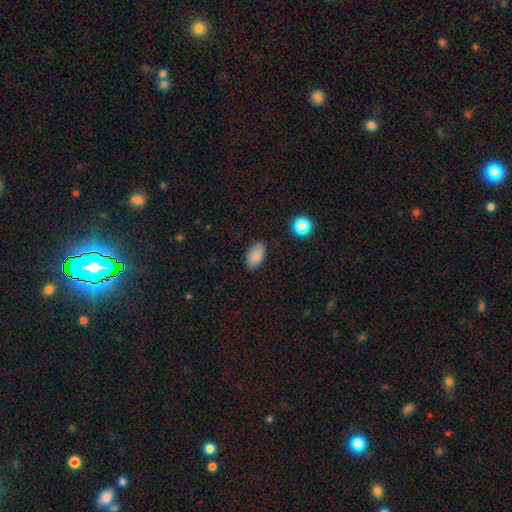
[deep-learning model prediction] Smooth or featured? smooth (85%)
How rounded? in between (92%)
Merging? none (82%)